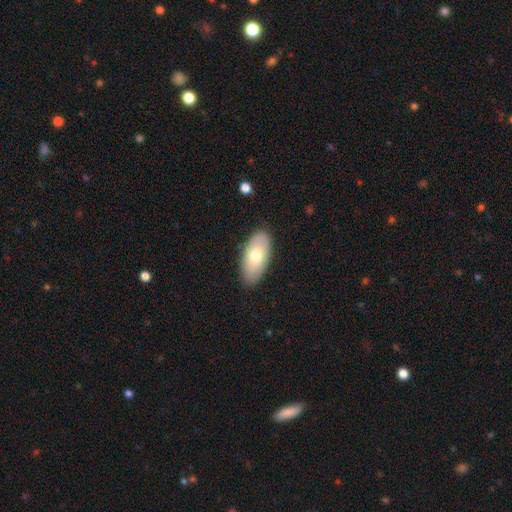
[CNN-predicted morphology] Q: Smooth or featured?
A: smooth (68%); runner-up: featured or disk (26%)
Q: How rounded?
A: in between (94%); runner-up: cigar-shaped (4%)
Q: Merging?
A: none (85%); runner-up: minor disturbance (12%)